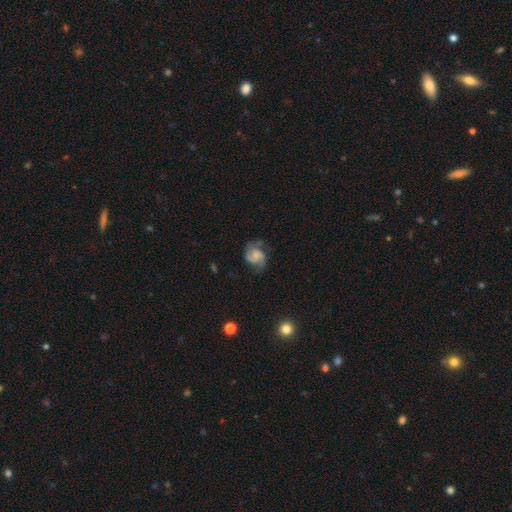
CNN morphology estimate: Smooth or featured? featured or disk (71%)
Edge-on disk? no (98%)
Bar? no (62%)
Spiral arms? yes (93%)
Spiral winding? medium (49%)
Spiral arm count? 2 (79%)
Bulge size? small (35%)
Merging? none (60%)